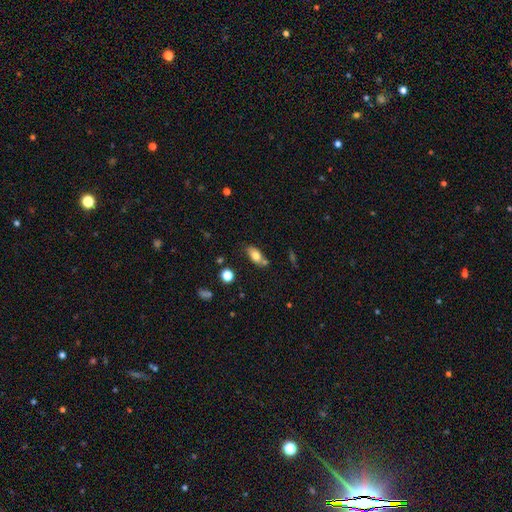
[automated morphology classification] This is likely a smooth galaxy (77%). How rounded: clearly in between (87%). Merging: likely none (65%).